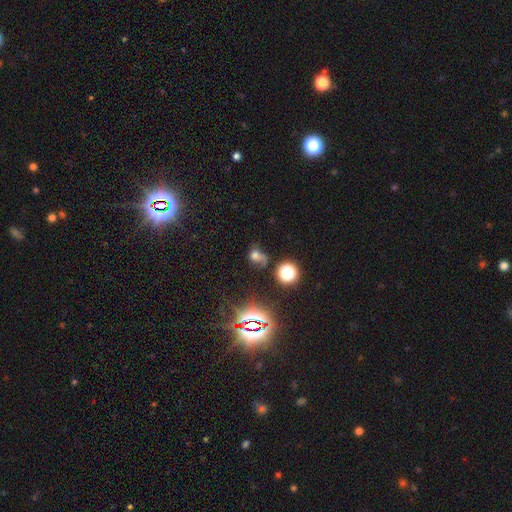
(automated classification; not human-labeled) smooth_or_featured: smooth (p=0.51) [alt: star or artifact p=0.28]
how_rounded: round (p=0.56) [alt: in between p=0.42]
merging: none (p=0.37) [alt: major disturbance p=0.28]